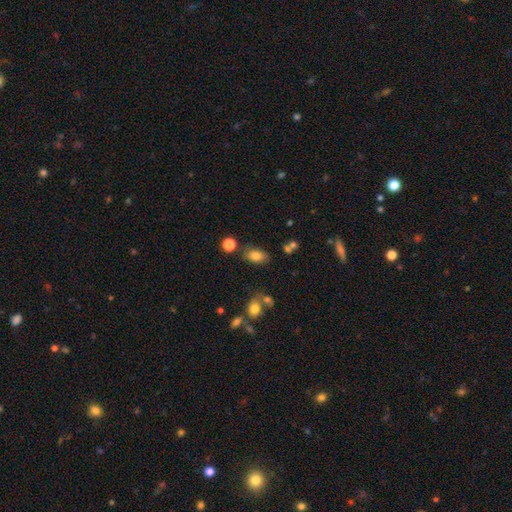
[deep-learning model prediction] Morphology: type=smooth (80%); roundness=in between (87%); merging=none (75%).